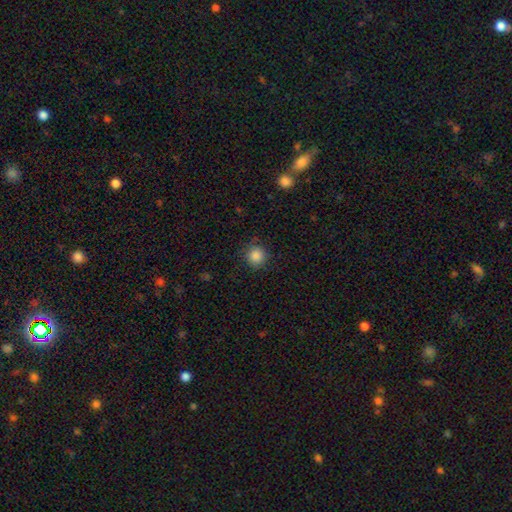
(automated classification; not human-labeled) smooth-or-featured: smooth: 87% | star or artifact: 10% | featured or disk: 4%
  how-rounded: round: 93% | in between: 6% | cigar-shaped: 1%
  merging: none: 85% | minor disturbance: 10% | major disturbance: 3% | merger: 1%